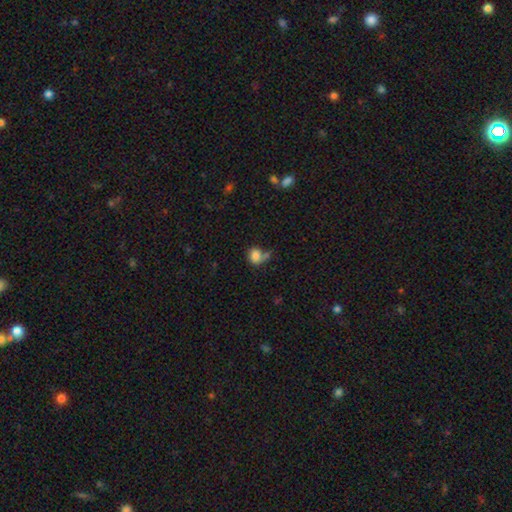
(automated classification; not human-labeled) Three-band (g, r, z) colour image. It shows a smooth galaxy with no disk features (80%) that is round (54%). Merging: none (39%).